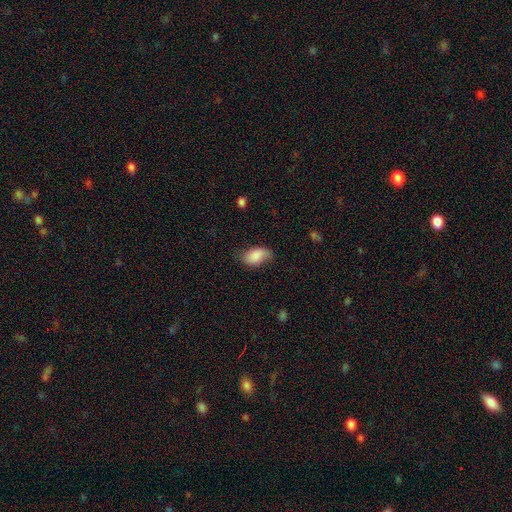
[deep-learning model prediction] A smooth galaxy with no disk features (83%) that is in between round and cigar-shaped (93%). Merging: none (57%).